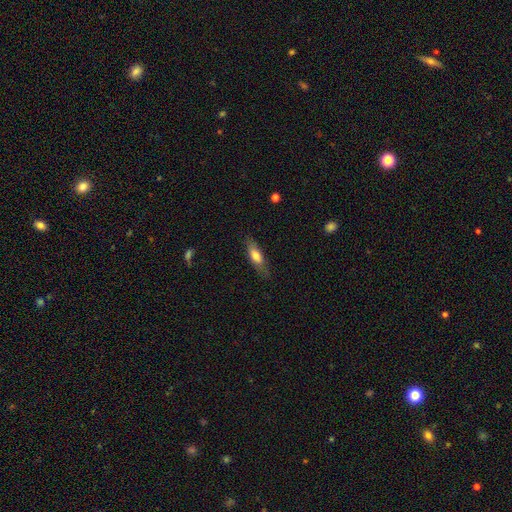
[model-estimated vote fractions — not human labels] Smooth or featured?
  - smooth: 67% *
  - featured or disk: 26%
  - star or artifact: 6%
How rounded?
  - cigar-shaped: 50% *
  - in between: 48%
  - round: 2%
Merging?
  - none: 78% *
  - minor disturbance: 16%
  - major disturbance: 4%
  - merger: 1%